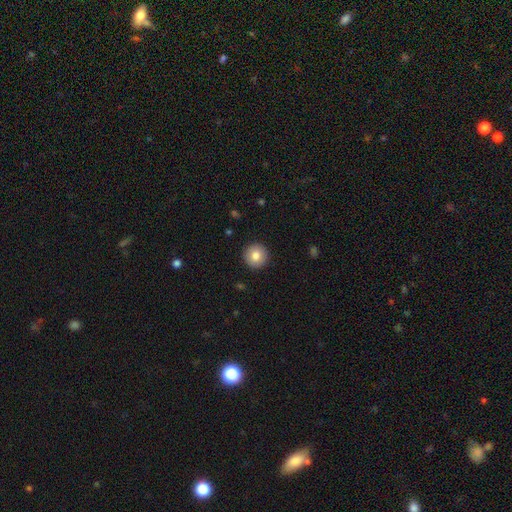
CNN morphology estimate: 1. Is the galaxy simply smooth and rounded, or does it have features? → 83% smooth, 9% featured or disk, 8% star or artifact.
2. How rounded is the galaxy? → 95% round, 4% in between, 1% cigar-shaped.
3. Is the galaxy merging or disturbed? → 92% none, 5% minor disturbance, 2% major disturbance, 1% merger.